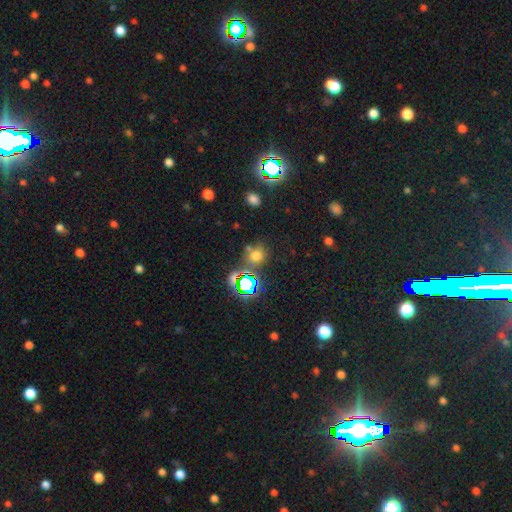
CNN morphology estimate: type=smooth (59%); roundness=round (75%); merging=none (68%).